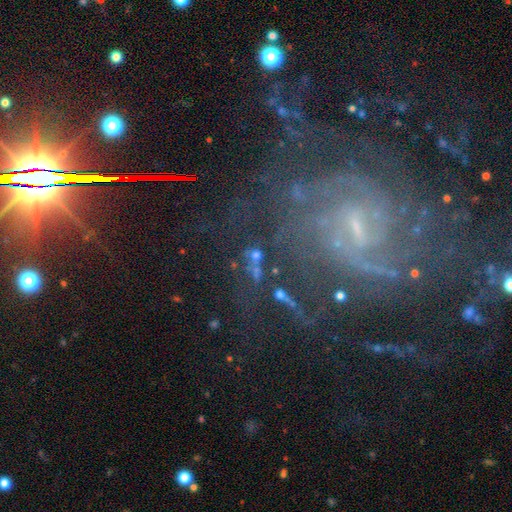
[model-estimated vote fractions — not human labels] Smooth or featured? smooth (42%)
Merging? none (50%)